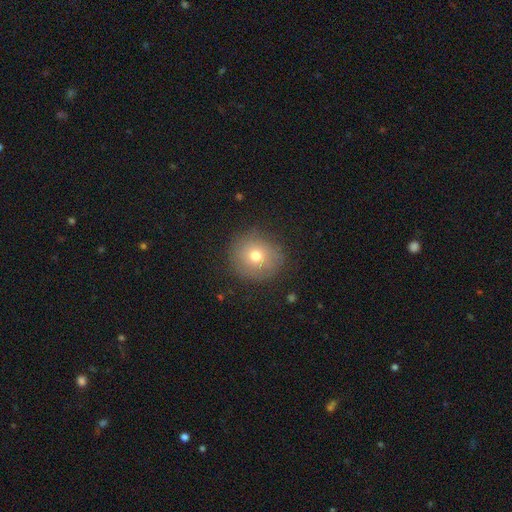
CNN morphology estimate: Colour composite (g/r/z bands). It shows a smooth galaxy with no disk features (71%) that is round (90%). Merging: none (84%).